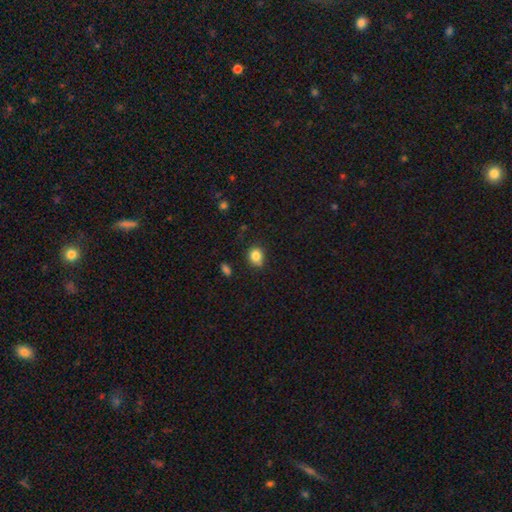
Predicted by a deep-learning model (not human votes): Smooth or featured: smooth — 84% (star or artifact — 11%)
How rounded: round — 63% (in between — 36%)
Merging: none — 70% (minor disturbance — 23%)